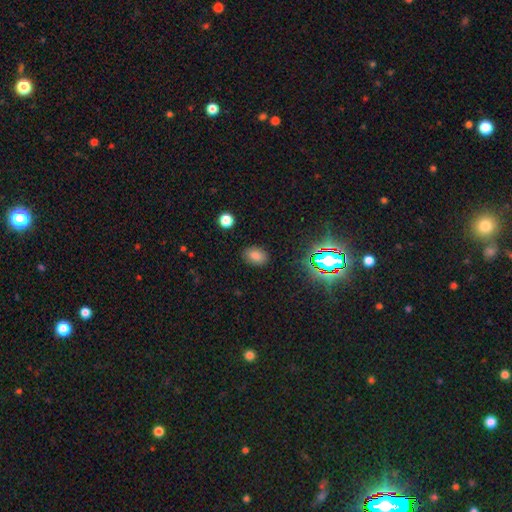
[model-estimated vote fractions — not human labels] Smooth or featured? Predicted: smooth (p=0.77). How rounded? Predicted: in between (p=0.76). Merging? Predicted: none (p=0.86).